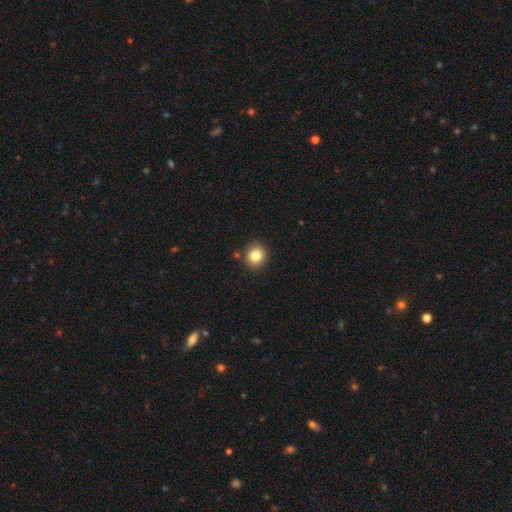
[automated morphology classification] Q: Smooth or featured?
A: smooth (82%); runner-up: star or artifact (11%)
Q: How rounded?
A: round (85%); runner-up: in between (14%)
Q: Merging?
A: none (88%); runner-up: minor disturbance (7%)